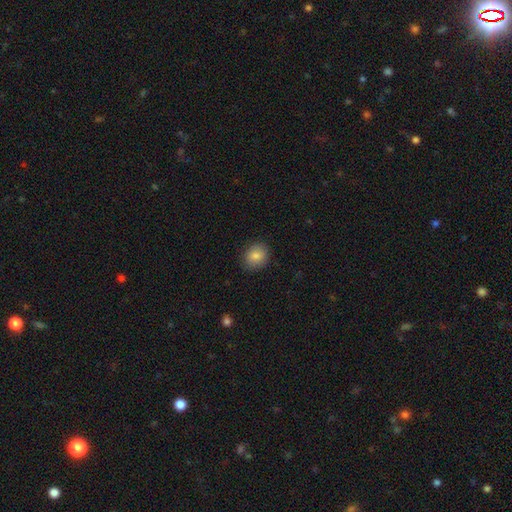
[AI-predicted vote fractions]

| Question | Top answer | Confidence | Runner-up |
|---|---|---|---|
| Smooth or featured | smooth | 84% | star or artifact (9%) |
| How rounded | round | 59% | in between (40%) |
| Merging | none | 88% | minor disturbance (9%) |